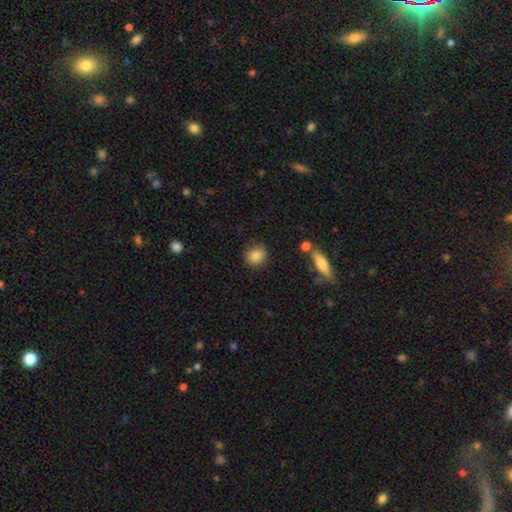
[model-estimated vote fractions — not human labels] Smooth or featured? Predicted: smooth (p=0.86). How rounded? Predicted: round (p=0.74). Merging? Predicted: none (p=0.85).